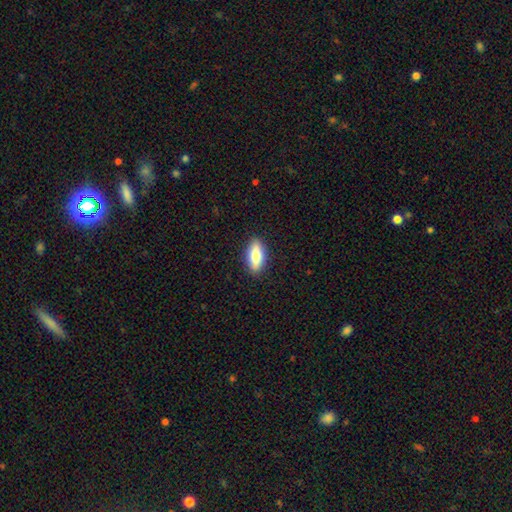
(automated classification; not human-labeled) The model was most divided on "smooth or featured": smooth: 69%, featured or disk: 24%, star or artifact: 6%. More confident: merging — none (89%); how rounded — in between (76%).